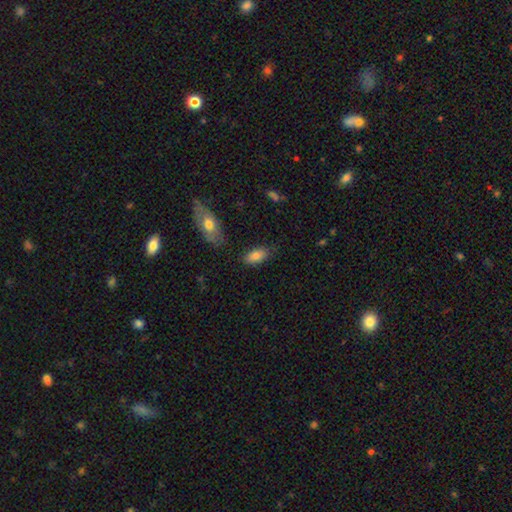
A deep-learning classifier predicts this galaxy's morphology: smooth_or_featured: smooth (p=0.83) [alt: featured or disk p=0.10]
how_rounded: in between (p=0.92) [alt: cigar-shaped p=0.06]
merging: none (p=0.79) [alt: minor disturbance p=0.15]